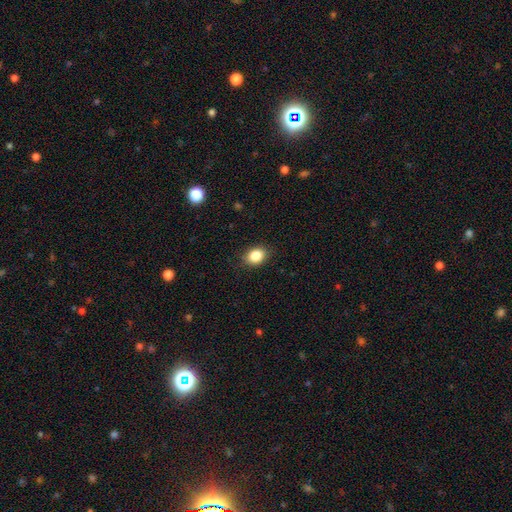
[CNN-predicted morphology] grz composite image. It shows a smooth galaxy with no disk features (85%) that is in between round and cigar-shaped (65%). Merging: none (87%).